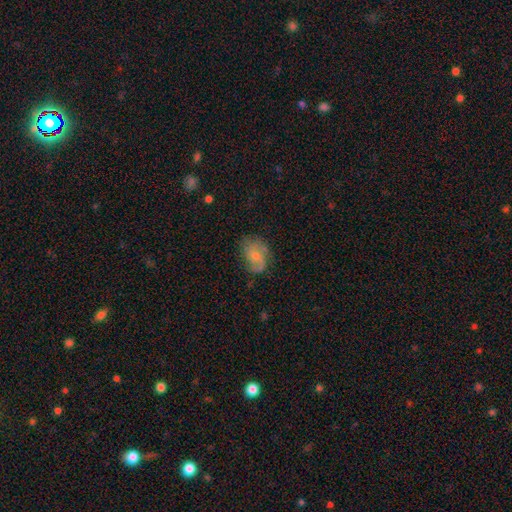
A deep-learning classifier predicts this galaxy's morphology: A smooth galaxy with no disk features (48%). Merging: none (56%).